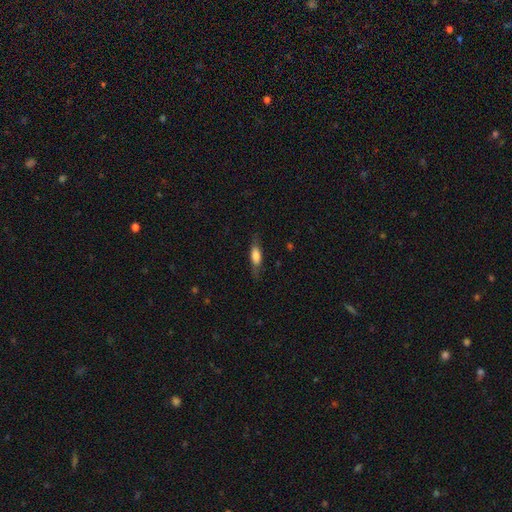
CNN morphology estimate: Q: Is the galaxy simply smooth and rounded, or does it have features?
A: smooth — 65%.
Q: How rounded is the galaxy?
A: in between — 57%.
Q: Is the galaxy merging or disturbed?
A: none — 72%.